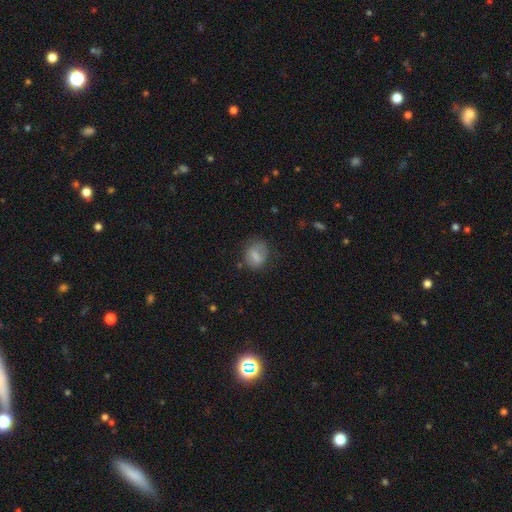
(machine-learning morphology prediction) Smooth or featured: smooth — 69% (featured or disk — 21%)
How rounded: in between — 50% (round — 48%)
Merging: none — 64% (minor disturbance — 22%)